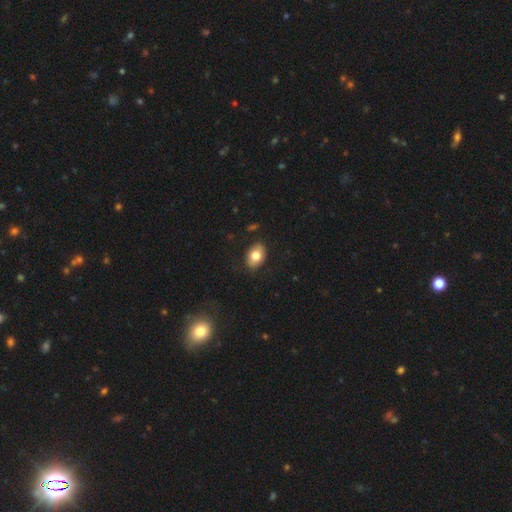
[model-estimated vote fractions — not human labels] Q: Smooth or featured?
A: smooth (79%); runner-up: featured or disk (14%)
Q: How rounded?
A: in between (82%); runner-up: round (16%)
Q: Merging?
A: none (84%); runner-up: minor disturbance (12%)